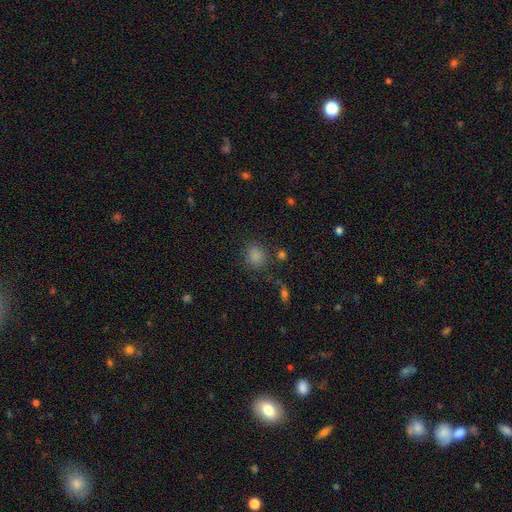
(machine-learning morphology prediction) Smooth or featured: smooth — 82% (star or artifact — 13%)
How rounded: round — 80% (in between — 19%)
Merging: none — 77% (minor disturbance — 12%)